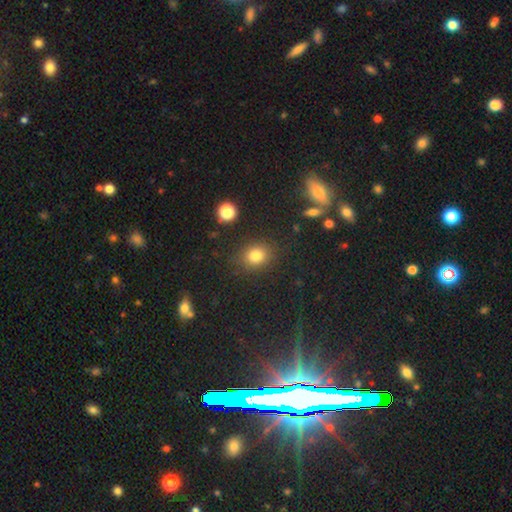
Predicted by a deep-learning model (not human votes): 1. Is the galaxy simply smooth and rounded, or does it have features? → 79% smooth, 14% star or artifact, 7% featured or disk.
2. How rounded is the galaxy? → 59% round, 40% in between, 1% cigar-shaped.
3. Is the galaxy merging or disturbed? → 84% none, 10% minor disturbance, 4% major disturbance, 2% merger.